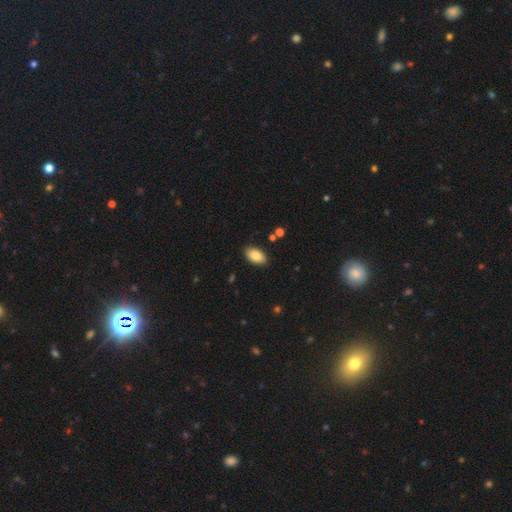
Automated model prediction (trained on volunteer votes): Smooth or featured?
  - smooth: 85% *
  - featured or disk: 8%
  - star or artifact: 7%
How rounded?
  - in between: 94% *
  - round: 4%
  - cigar-shaped: 2%
Merging?
  - none: 87% *
  - minor disturbance: 9%
  - major disturbance: 2%
  - merger: 2%